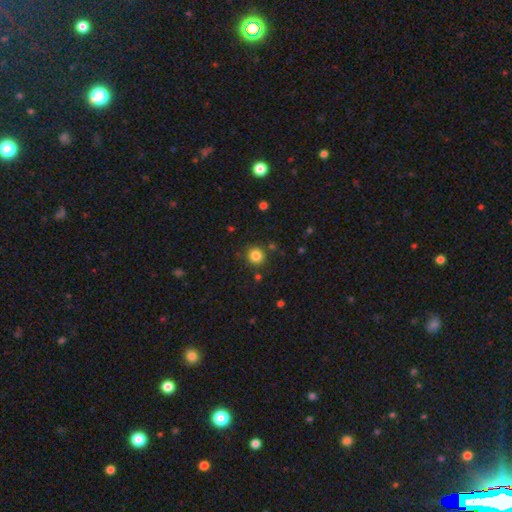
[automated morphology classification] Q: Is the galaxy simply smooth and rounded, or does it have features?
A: smooth — 83%.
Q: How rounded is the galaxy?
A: round — 93%.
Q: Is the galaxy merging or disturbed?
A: none — 87%.